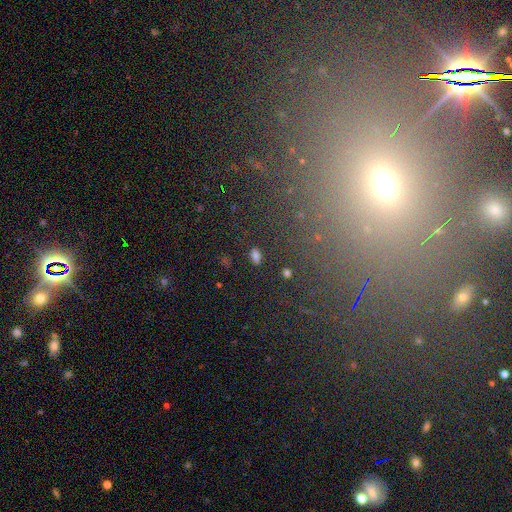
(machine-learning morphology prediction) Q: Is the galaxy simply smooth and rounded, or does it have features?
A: smooth — 74%.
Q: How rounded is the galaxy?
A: in between — 87%.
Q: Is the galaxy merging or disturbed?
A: none — 84%.